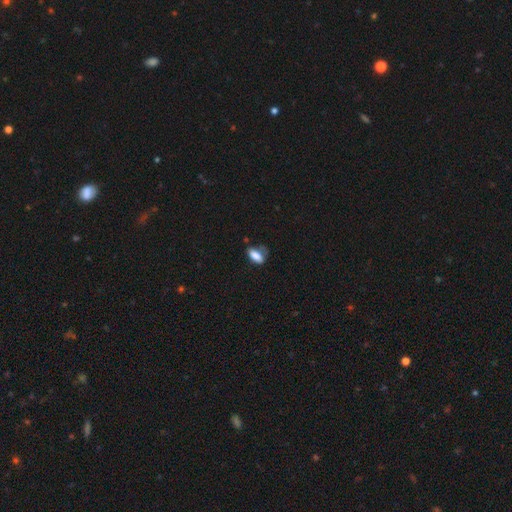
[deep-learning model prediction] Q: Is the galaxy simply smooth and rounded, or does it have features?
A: smooth — 81%.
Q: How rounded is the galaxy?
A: in between — 85%.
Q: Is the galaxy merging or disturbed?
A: none — 47%.